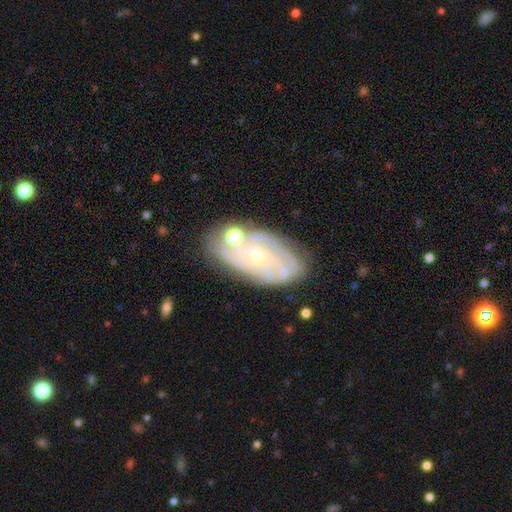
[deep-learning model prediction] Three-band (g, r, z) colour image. It shows a featured or disk galaxy (81%) with no bar (72%), tight (69%) spiral arms (94%) and a small central bulge (70%). Merging: none (71%).